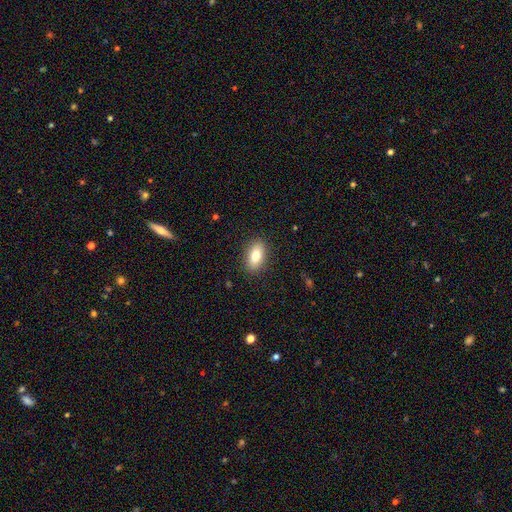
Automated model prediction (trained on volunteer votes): Smooth or featured? smooth (80%)
How rounded? in between (88%)
Merging? none (88%)